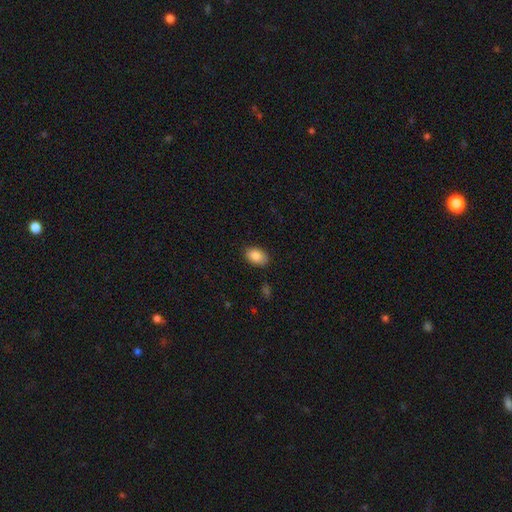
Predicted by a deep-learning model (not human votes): This appears to be a smooth galaxy with no disk features (86%) that is in between round and cigar-shaped (89%). Merging: none (86%).